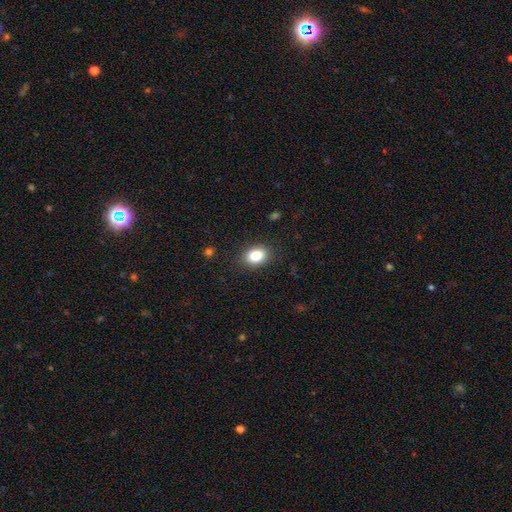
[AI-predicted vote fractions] Smooth or featured: smooth — 85% (star or artifact — 9%)
How rounded: in between — 73% (round — 26%)
Merging: none — 86% (minor disturbance — 10%)